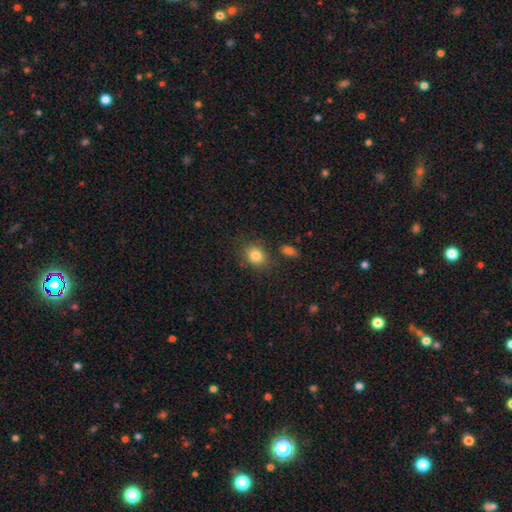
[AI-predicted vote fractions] smooth-or-featured: smooth: 83% | star or artifact: 10% | featured or disk: 7%
  how-rounded: round: 53% | in between: 46% | cigar-shaped: 1%
  merging: none: 76% | minor disturbance: 14% | merger: 6% | major disturbance: 4%